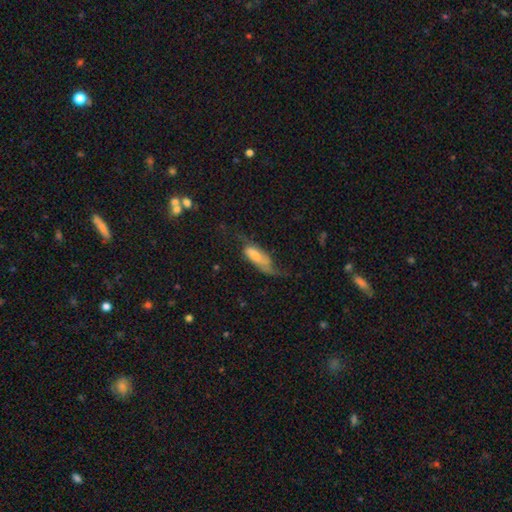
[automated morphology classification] The model was most divided on "smooth or featured": smooth: 49%, featured or disk: 44%, star or artifact: 7%. Remaining: merging — major disturbance (38%).